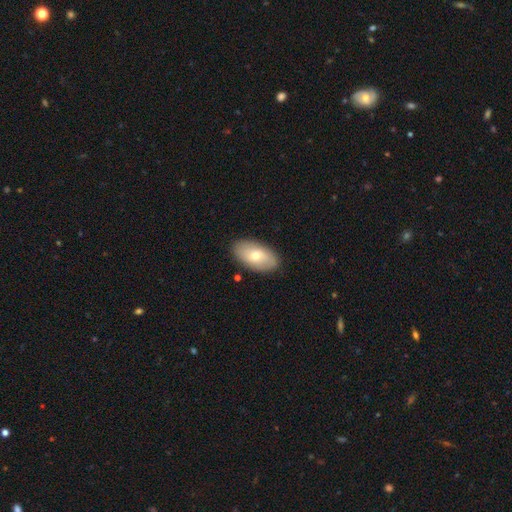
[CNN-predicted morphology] A smooth galaxy with no disk features (66%) that is in between round and cigar-shaped (94%). Merging: none (88%).